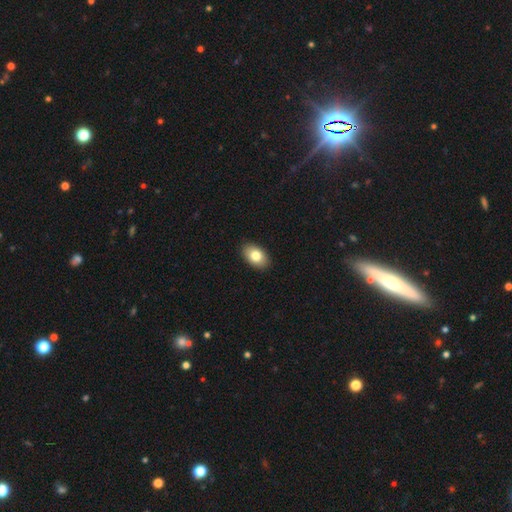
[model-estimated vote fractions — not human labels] smooth 81%, featured or disk 11%, star or artifact 7%. Down the decision tree: how rounded — in between (90%); merging — none (90%).